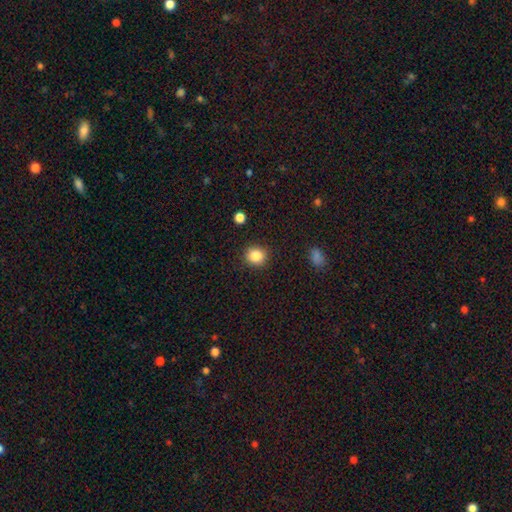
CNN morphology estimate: A smooth galaxy with no disk features (85%) that is round (84%).

Vote fractions:
- Smooth or featured? smooth: 85% / star or artifact: 10% / featured or disk: 5%
- How rounded? round: 84% / in between: 15% / cigar-shaped: 1%
- Merging? none: 90% / minor disturbance: 7% / major disturbance: 2% / merger: 1%